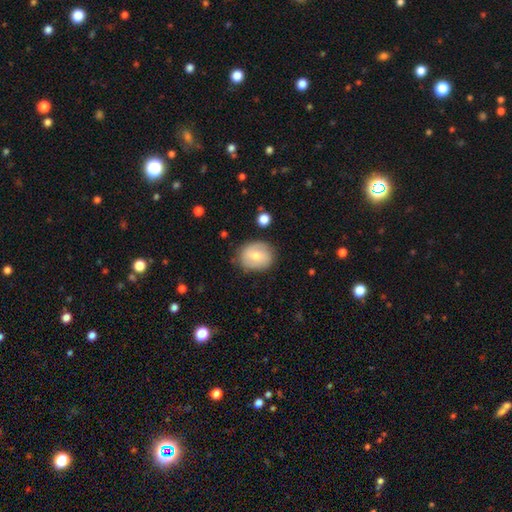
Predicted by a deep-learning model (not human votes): This is possibly a smooth galaxy (58%). How rounded: possibly round (58%). Merging: likely none (78%).